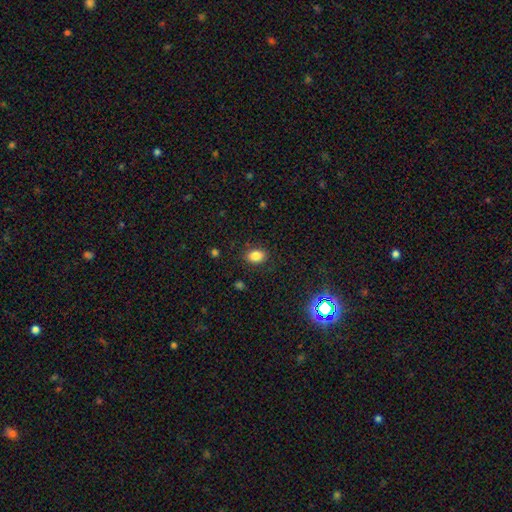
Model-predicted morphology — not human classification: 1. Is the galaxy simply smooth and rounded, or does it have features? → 83% smooth, 11% star or artifact, 6% featured or disk.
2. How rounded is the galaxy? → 75% in between, 24% round, 1% cigar-shaped.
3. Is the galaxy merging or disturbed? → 85% none, 10% minor disturbance, 3% major disturbance, 1% merger.